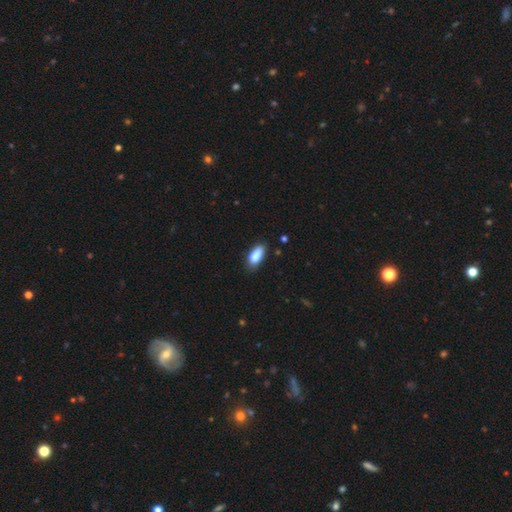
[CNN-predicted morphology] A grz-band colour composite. It shows a smooth galaxy with no disk features (87%) that is in between round and cigar-shaped (84%). Merging: none (76%).